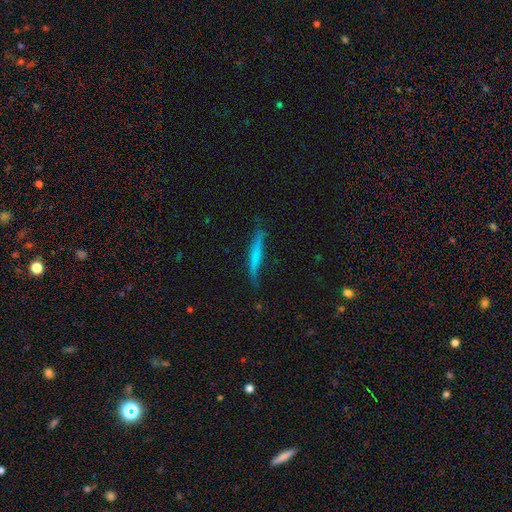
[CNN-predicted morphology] smooth 59%, featured or disk 35%, star or artifact 6%. Down the decision tree: how rounded — cigar-shaped (94%); merging — none (73%).